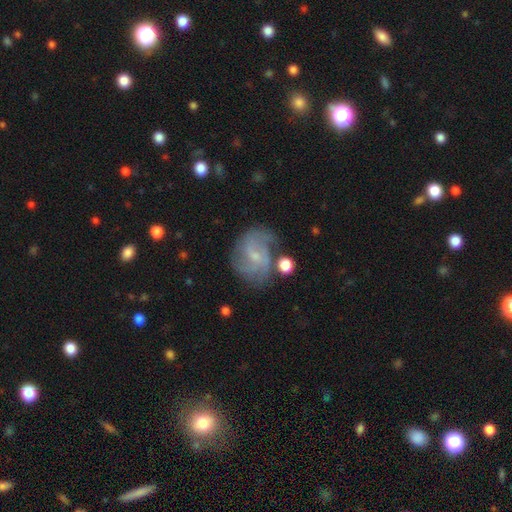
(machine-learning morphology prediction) The model was most divided on "spiral arm count": 2: 40%, can't tell: 29%, 3: 17%, 4: 5%, 1: 5%, more than 4: 4%. Remaining: edge-on disk — no (98%); spiral arms — yes (88%); smooth or featured — featured or disk (72%); bulge size — small (63%); merging — none (60%); bar — weak (53%); spiral winding — medium (46%).